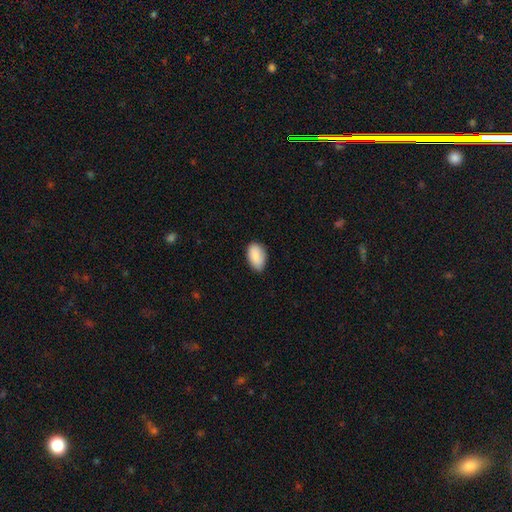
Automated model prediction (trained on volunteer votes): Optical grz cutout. It shows a smooth galaxy with no disk features (86%) that is in between round and cigar-shaped (92%). Merging: none (75%).